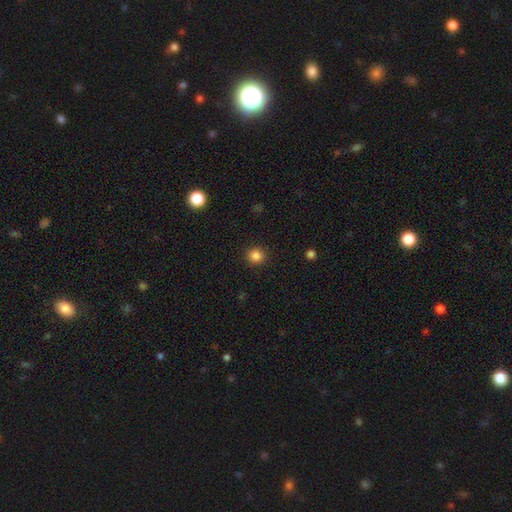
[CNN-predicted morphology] smooth 85%, star or artifact 12%, featured or disk 3%. Down the decision tree: how rounded — round (92%); merging — none (91%).